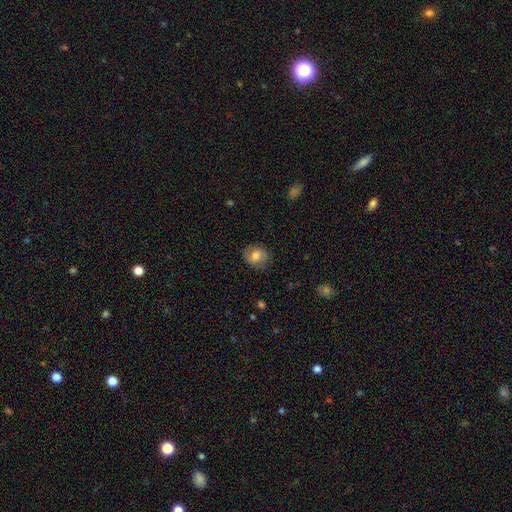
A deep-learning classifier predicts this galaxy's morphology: Overall: smooth (71%). How rounded: round (69%; in between 30%). Merging: none (82%).